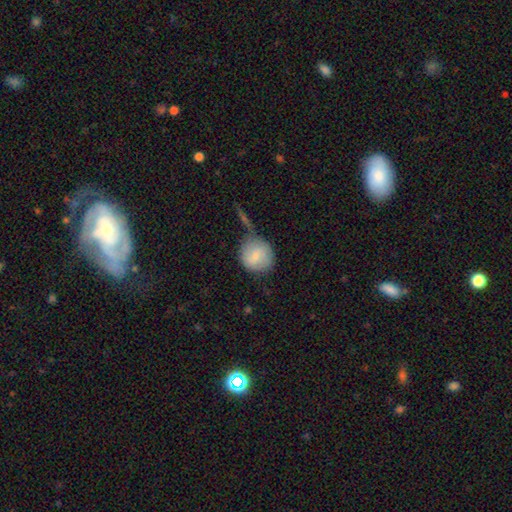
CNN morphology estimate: smooth_or_featured: smooth (p=0.66) [alt: featured or disk p=0.27]
how_rounded: round (p=0.88) [alt: in between p=0.11]
merging: none (p=0.54) [alt: minor disturbance p=0.20]